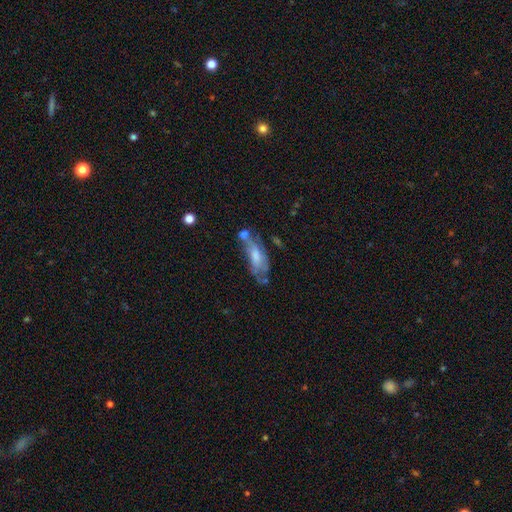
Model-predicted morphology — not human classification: smooth_or_featured: featured or disk (p=0.56) [alt: smooth p=0.34]
disk_edge_on: no (p=0.78) [alt: yes p=0.22]
merging: none (p=0.38) [alt: minor disturbance p=0.23]